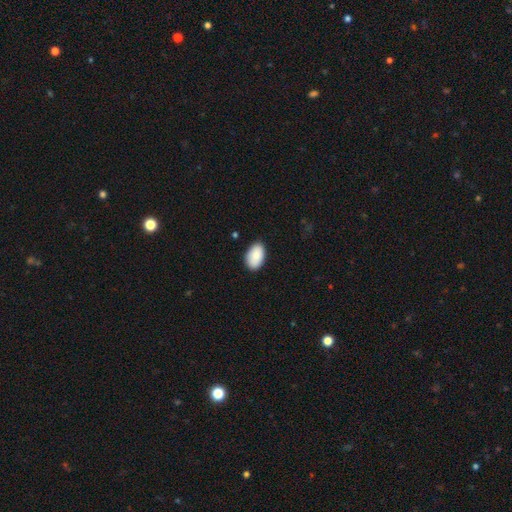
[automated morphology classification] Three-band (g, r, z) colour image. It shows a smooth galaxy with no disk features (86%) that is in between round and cigar-shaped (93%). Merging: none (85%).